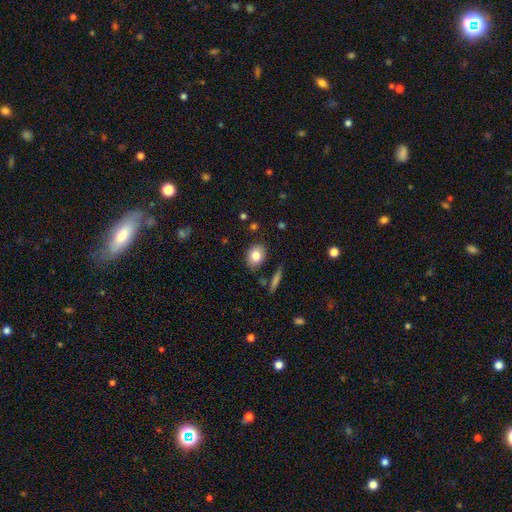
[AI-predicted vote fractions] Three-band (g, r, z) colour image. It shows a smooth galaxy with no disk features (80%) that is in between round and cigar-shaped (58%). Merging: none (83%).